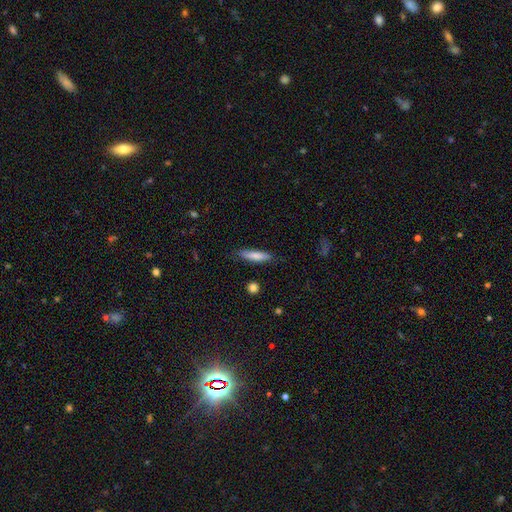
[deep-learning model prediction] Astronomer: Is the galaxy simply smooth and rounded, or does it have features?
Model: smooth — 80%.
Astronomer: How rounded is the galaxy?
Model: cigar-shaped — 81%.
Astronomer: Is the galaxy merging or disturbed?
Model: none — 84%.